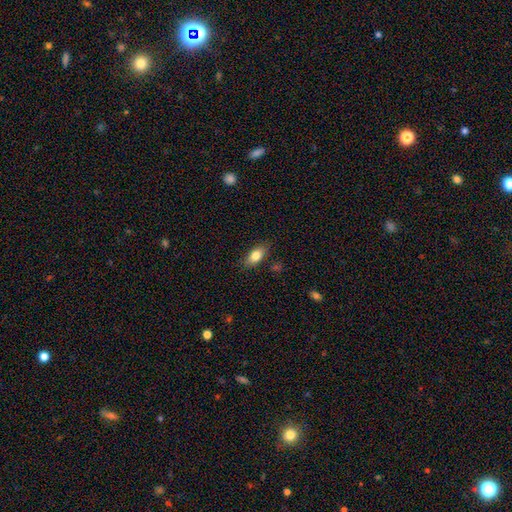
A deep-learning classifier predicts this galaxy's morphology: The model was most divided on "smooth or featured": smooth: 80%, featured or disk: 13%, star or artifact: 7%. More confident: how rounded — in between (85%); merging — none (82%).